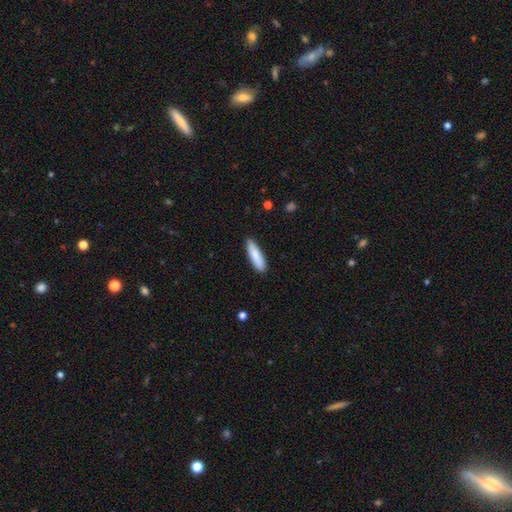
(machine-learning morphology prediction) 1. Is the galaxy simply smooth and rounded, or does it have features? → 85% smooth, 10% featured or disk, 5% star or artifact.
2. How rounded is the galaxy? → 68% cigar-shaped, 31% in between, 1% round.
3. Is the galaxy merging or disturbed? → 87% none, 11% minor disturbance, 2% major disturbance, 1% merger.